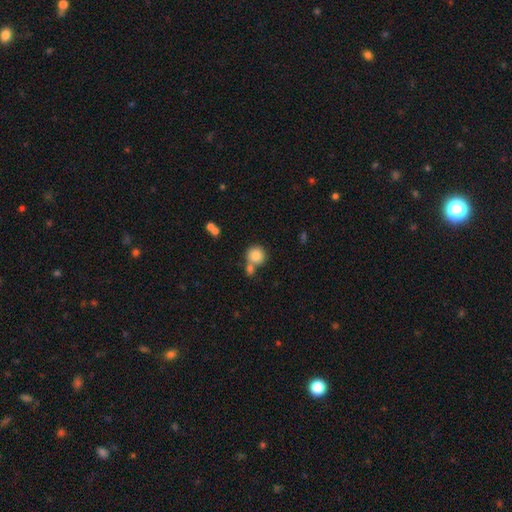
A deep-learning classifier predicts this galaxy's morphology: A smooth galaxy with no disk features (83%) that is round (90%). Merging: none (54%).